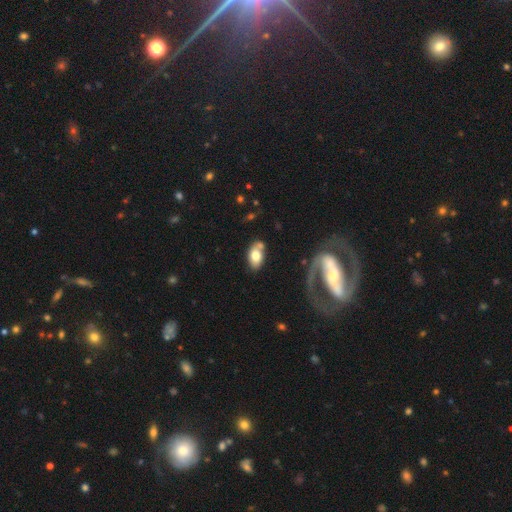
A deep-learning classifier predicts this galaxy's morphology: A smooth galaxy with no disk features (73%) that is in between round and cigar-shaped (91%).

Vote fractions:
- Smooth or featured? smooth: 73% / featured or disk: 20% / star or artifact: 7%
- How rounded? in between: 91% / round: 7% / cigar-shaped: 2%
- Merging? none: 58% / merger: 18% / minor disturbance: 18% / major disturbance: 6%